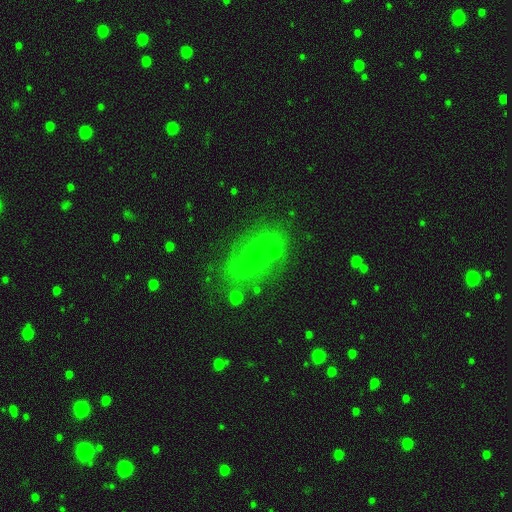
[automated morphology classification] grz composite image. It shows a featured or disk galaxy (42%). Merging: none (66%).